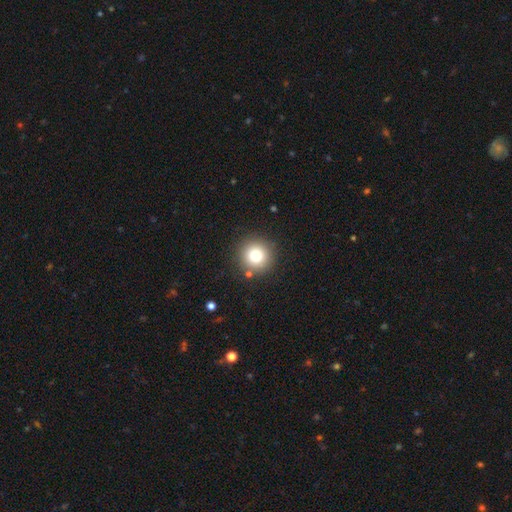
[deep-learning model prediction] The model was most divided on "smooth or featured": smooth: 79%, star or artifact: 12%, featured or disk: 9%. More confident: how rounded — round (94%); merging — none (87%).